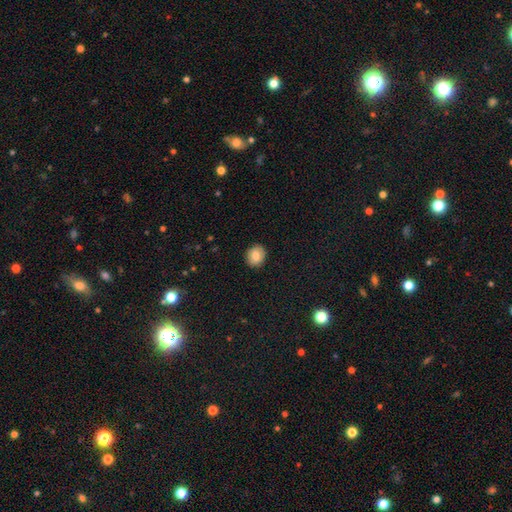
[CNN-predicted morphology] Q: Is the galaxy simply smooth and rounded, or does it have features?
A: smooth — 83%.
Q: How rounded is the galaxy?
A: round — 71%.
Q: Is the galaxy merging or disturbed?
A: none — 89%.